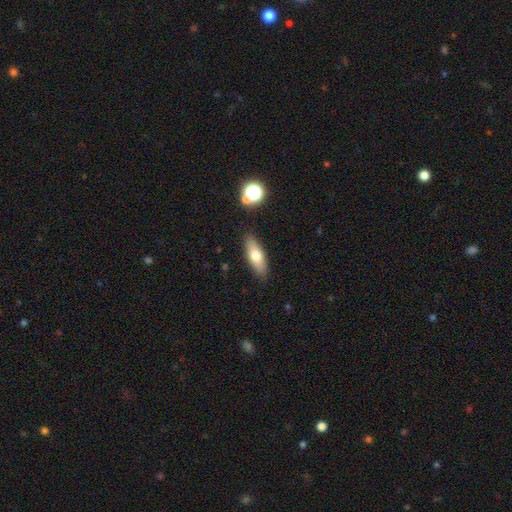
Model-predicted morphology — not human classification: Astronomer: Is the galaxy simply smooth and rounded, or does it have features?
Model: smooth — 65%.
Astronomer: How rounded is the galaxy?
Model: in between — 59% (runner-up: cigar-shaped, 38%).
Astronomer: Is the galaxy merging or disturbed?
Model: none — 86%.